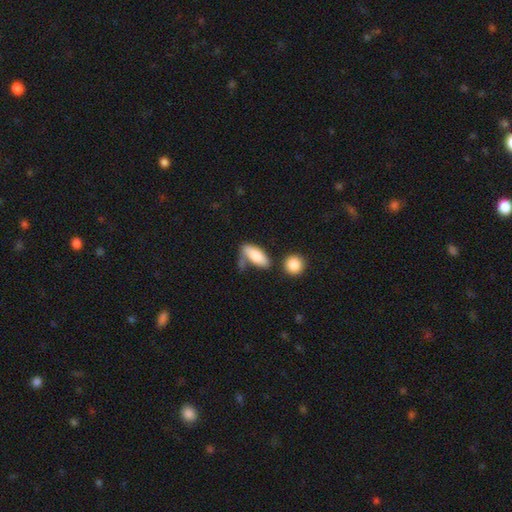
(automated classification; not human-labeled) This appears to be a smooth galaxy with no disk features (78%) that is in between round and cigar-shaped (78%). Merging: none (43%).